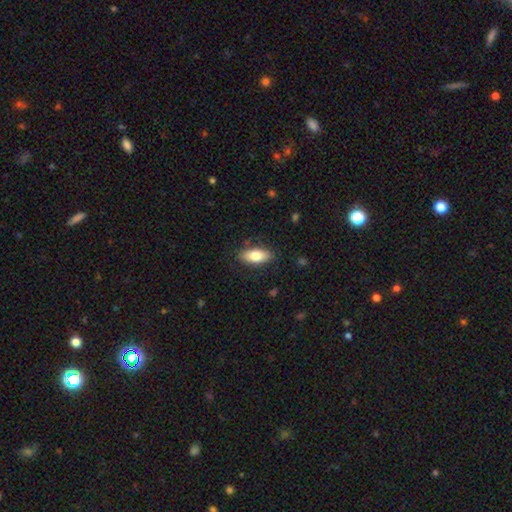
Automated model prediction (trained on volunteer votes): smooth 78%, featured or disk 16%, star or artifact 6%. Down the decision tree: how rounded — in between (86%); merging — none (85%).